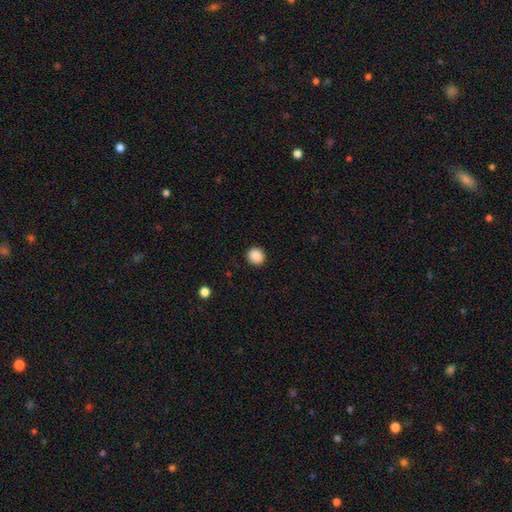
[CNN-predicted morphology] Smooth or featured?
  - smooth: 89% *
  - star or artifact: 9%
  - featured or disk: 2%
How rounded?
  - round: 86% *
  - in between: 13%
  - cigar-shaped: 1%
Merging?
  - none: 92% *
  - minor disturbance: 5%
  - major disturbance: 2%
  - merger: 1%